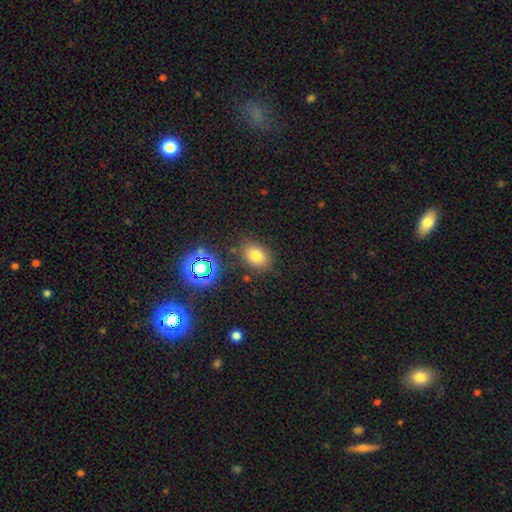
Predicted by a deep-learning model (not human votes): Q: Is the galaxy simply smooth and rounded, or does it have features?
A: smooth — 74%.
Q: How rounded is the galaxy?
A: in between — 69%.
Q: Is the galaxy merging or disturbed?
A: none — 81%.